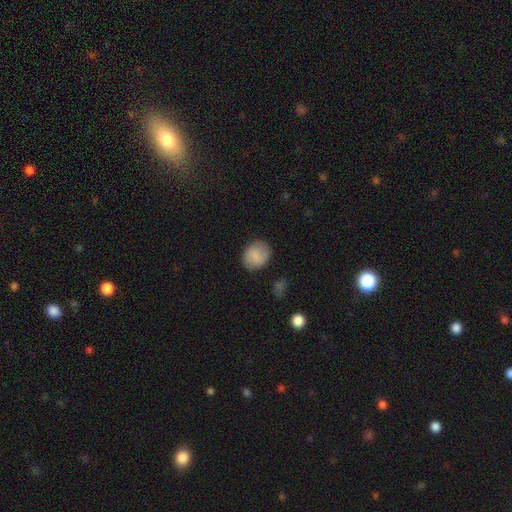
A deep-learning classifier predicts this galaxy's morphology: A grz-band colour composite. It shows a smooth galaxy with no disk features (79%) that is round (67%). Merging: none (82%).